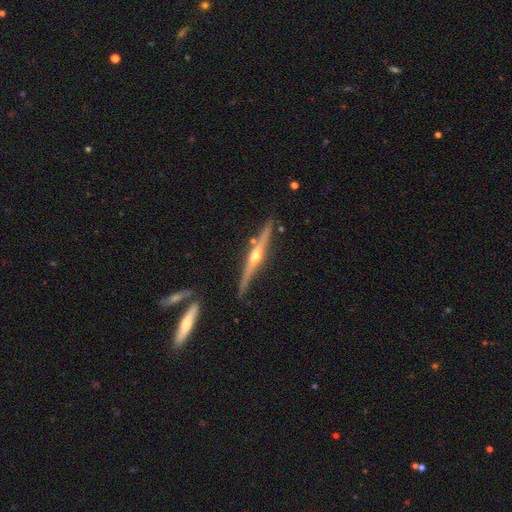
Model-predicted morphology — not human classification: A featured or disk galaxy (82%) viewed edge-on (98%) with a rounded central bulge (93%). Merging: none (85%).